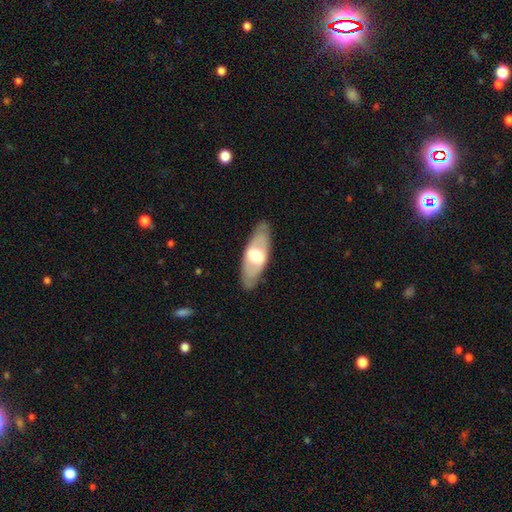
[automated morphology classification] featured or disk 53%, smooth 42%, star or artifact 5%. Down the decision tree: edge-on disk — no (68%); merging — none (83%).